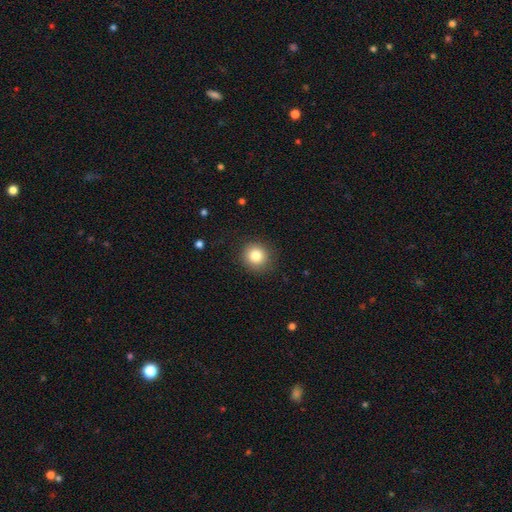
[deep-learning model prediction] This is clearly a smooth galaxy (82%). How rounded: clearly round (91%). Merging: clearly none (88%).